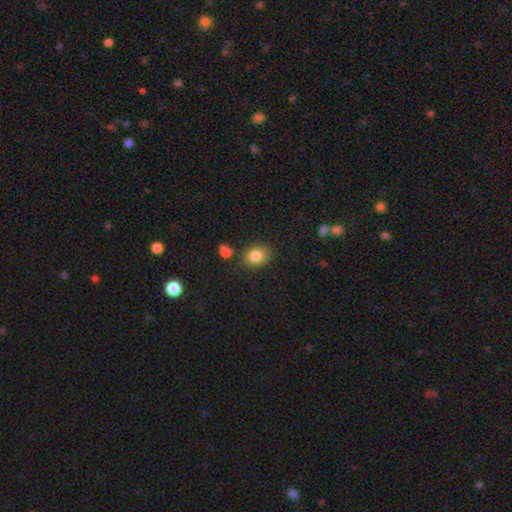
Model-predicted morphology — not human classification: A smooth galaxy with no disk features (84%) that is in between round and cigar-shaped (54%).

Vote fractions:
- Smooth or featured? smooth: 84% / star or artifact: 10% / featured or disk: 7%
- How rounded? in between: 54% / round: 45% / cigar-shaped: 1%
- Merging? none: 75% / minor disturbance: 14% / merger: 7% / major disturbance: 4%